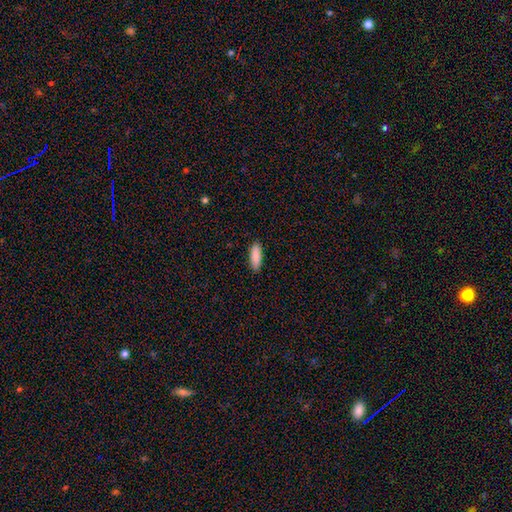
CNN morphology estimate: Overall: smooth (89%). How rounded: in between (56%; cigar-shaped 42%). Merging: none (89%).